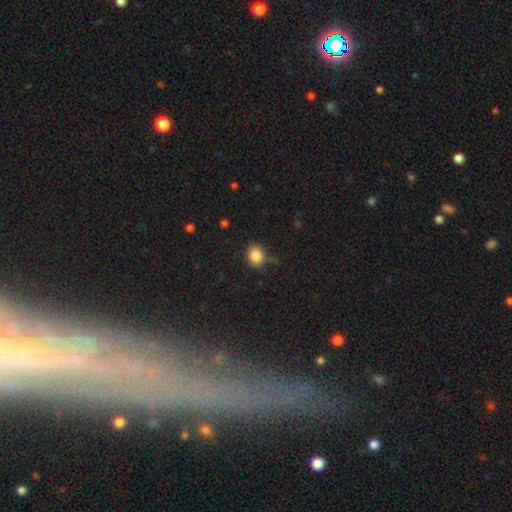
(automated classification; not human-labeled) Morphology: type=smooth (85%); roundness=round (52%); merging=none (78%).